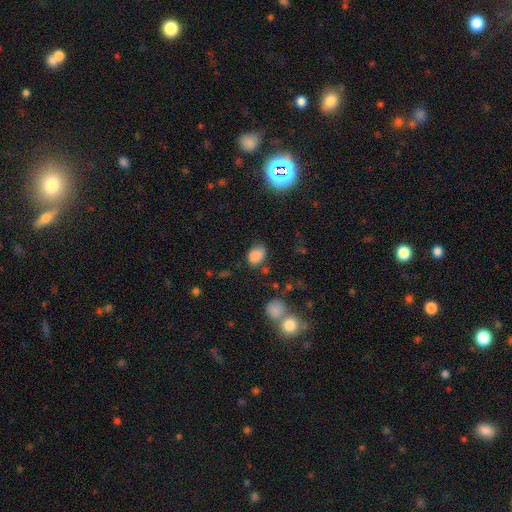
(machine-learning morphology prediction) smooth-or-featured: smooth: 84% | star or artifact: 11% | featured or disk: 5%
  how-rounded: in between: 75% | round: 24% | cigar-shaped: 1%
  merging: none: 68% | minor disturbance: 21% | major disturbance: 6% | merger: 5%